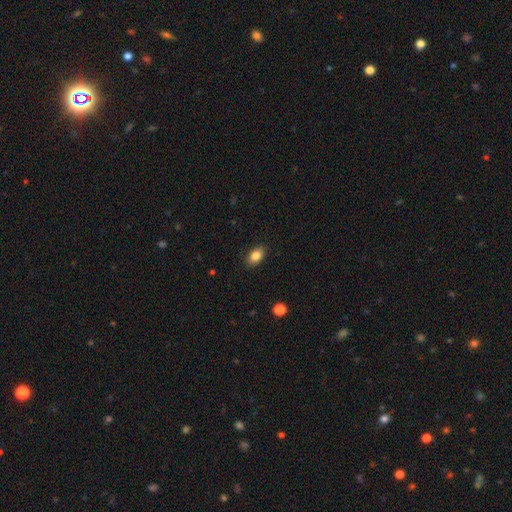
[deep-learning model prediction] Smooth or featured? Predicted: smooth (p=0.84). How rounded? Predicted: in between (p=0.87). Merging? Predicted: none (p=0.88).